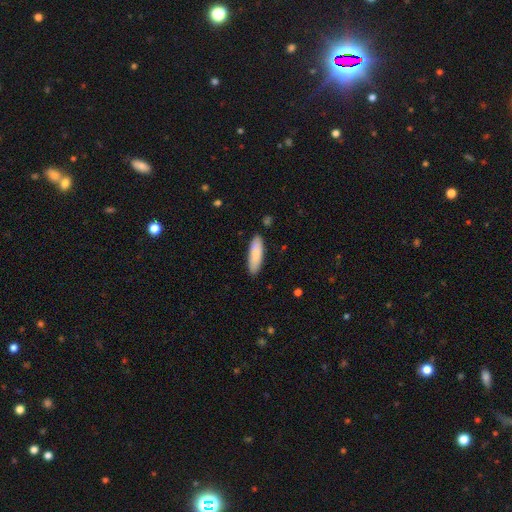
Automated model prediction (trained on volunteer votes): Smooth or featured?
  - smooth: 87% *
  - featured or disk: 8%
  - star or artifact: 5%
How rounded?
  - cigar-shaped: 53% *
  - in between: 45%
  - round: 1%
Merging?
  - none: 87% *
  - minor disturbance: 10%
  - major disturbance: 2%
  - merger: 1%